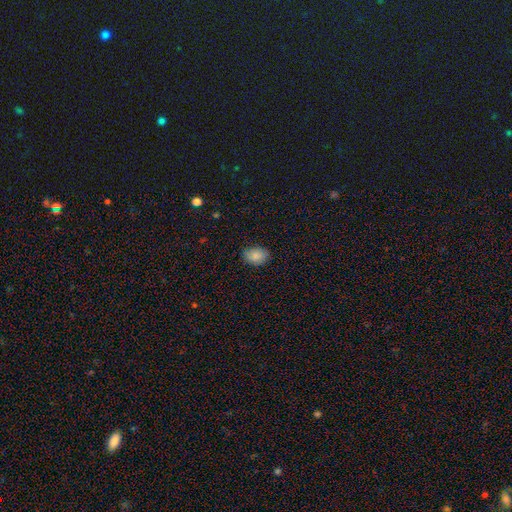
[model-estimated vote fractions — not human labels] Q: Smooth or featured?
A: smooth (86%); runner-up: star or artifact (8%)
Q: How rounded?
A: in between (72%); runner-up: round (27%)
Q: Merging?
A: none (81%); runner-up: minor disturbance (16%)